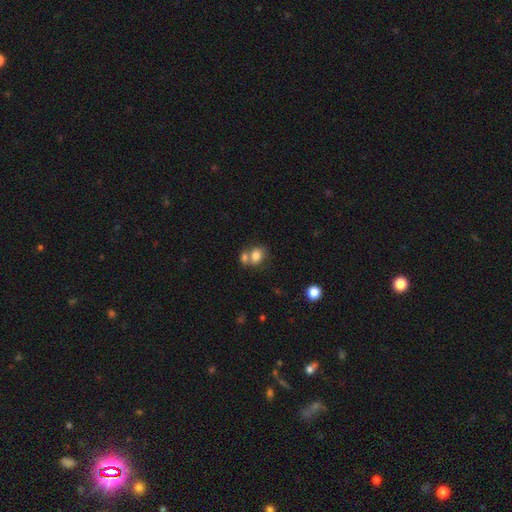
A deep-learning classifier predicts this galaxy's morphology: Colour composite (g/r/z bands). It shows a smooth galaxy with no disk features (78%) that is in between round and cigar-shaped (59%). Merging: merger (48%).